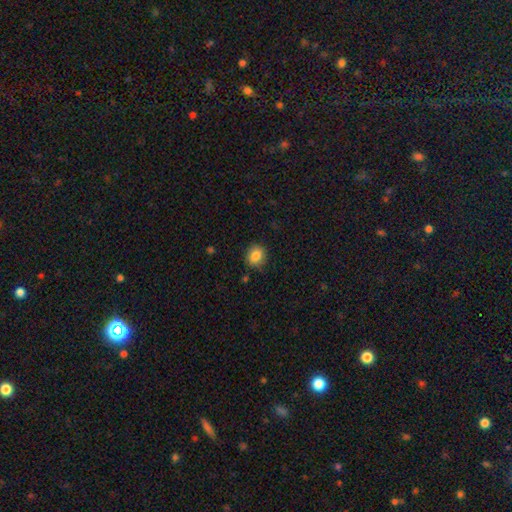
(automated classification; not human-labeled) A smooth galaxy with no disk features (84%) that is round (78%). Merging: none (82%).